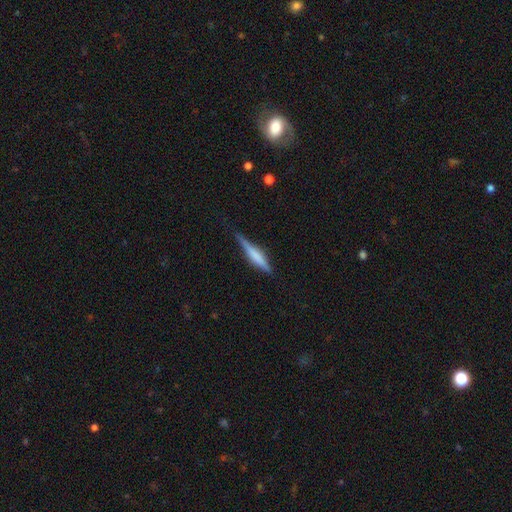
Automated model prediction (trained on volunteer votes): Morphology: type=featured or disk (53%); edge-on=yes (97%); edge-on bulge=boxy (40%); merging=none (80%).